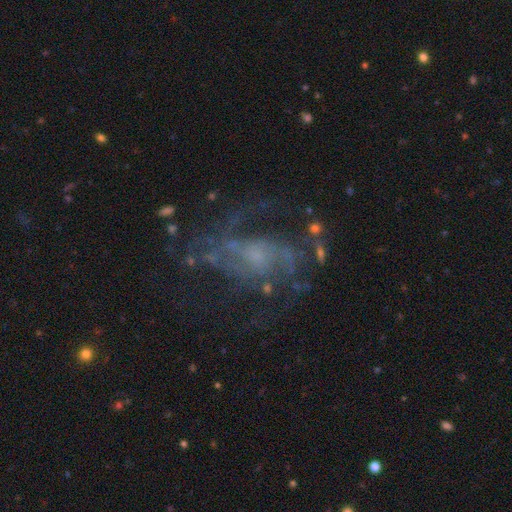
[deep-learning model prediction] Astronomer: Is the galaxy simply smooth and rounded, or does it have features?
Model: featured or disk — 78%.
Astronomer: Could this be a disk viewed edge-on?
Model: no — 96%.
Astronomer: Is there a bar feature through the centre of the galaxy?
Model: no — 60%.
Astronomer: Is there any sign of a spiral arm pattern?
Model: yes — 84%.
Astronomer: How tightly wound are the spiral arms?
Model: medium — 45% (runner-up: loose, 33%).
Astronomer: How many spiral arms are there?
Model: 2 — 44% (runner-up: can't tell, 27%).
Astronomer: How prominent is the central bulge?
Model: small — 48% (runner-up: moderate, 23%).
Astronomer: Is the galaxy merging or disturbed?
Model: none — 58%.